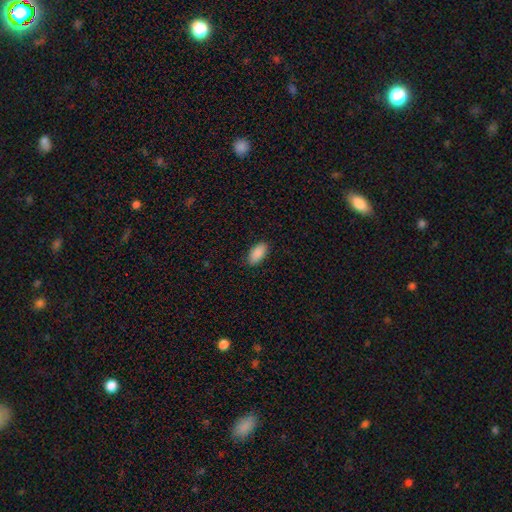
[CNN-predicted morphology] Smooth or featured: smooth — 90% (star or artifact — 6%)
How rounded: in between — 93% (cigar-shaped — 5%)
Merging: none — 89% (minor disturbance — 8%)